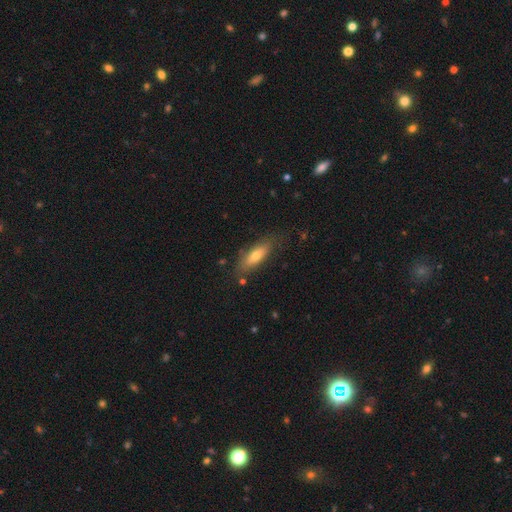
A smooth galaxy with no disk features (62%) that is in between round and cigar-shaped (61%). Merging: none (67%).